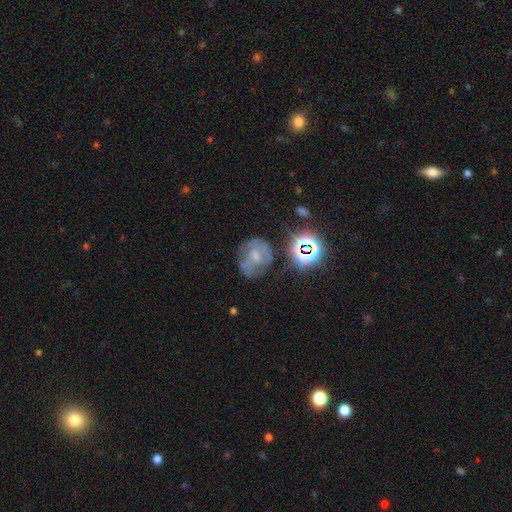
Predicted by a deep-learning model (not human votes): Q: Smooth or featured?
A: featured or disk (53%); runner-up: smooth (26%)
Q: Edge-on disk?
A: no (97%); runner-up: yes (3%)
Q: Bar?
A: no (52%); runner-up: weak (37%)
Q: Spiral arms?
A: yes (61%); runner-up: no (39%)
Q: Bulge size?
A: small (48%); runner-up: moderate (35%)
Q: Merging?
A: none (56%); runner-up: minor disturbance (23%)